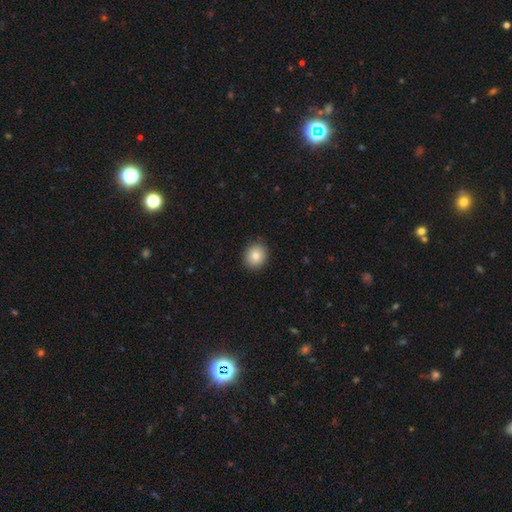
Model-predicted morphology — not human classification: This is clearly a smooth galaxy (82%). How rounded: clearly round (81%). Merging: clearly none (88%).